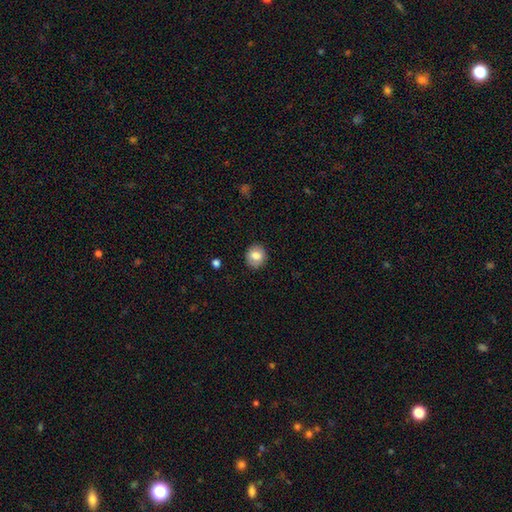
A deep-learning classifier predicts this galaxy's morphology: smooth-or-featured: smooth: 82% | featured or disk: 10% | star or artifact: 9%
  how-rounded: round: 80% | in between: 19% | cigar-shaped: 1%
  merging: none: 89% | minor disturbance: 8% | major disturbance: 2% | merger: 1%